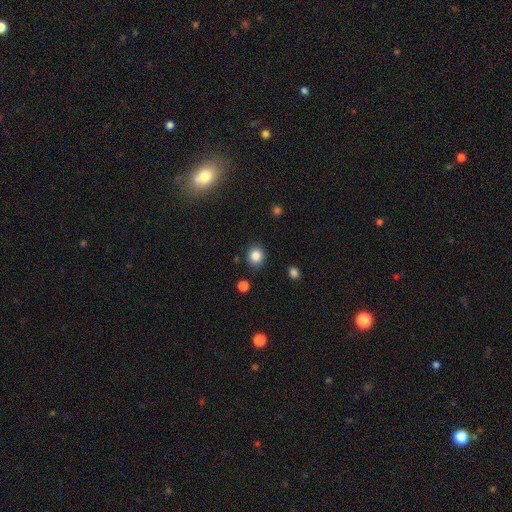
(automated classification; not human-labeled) Smooth or featured? Predicted: smooth (p=0.85). How rounded? Predicted: round (p=0.79). Merging? Predicted: none (p=0.86).